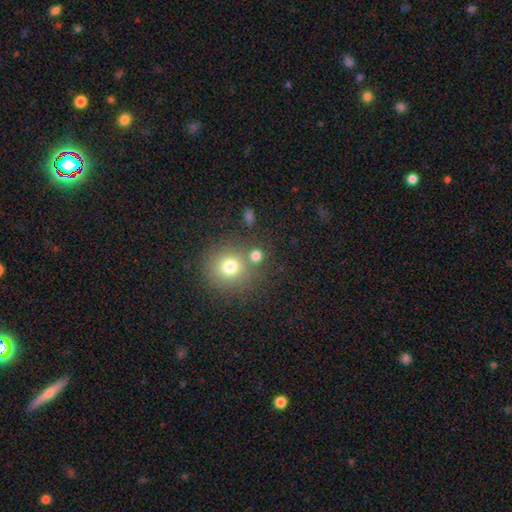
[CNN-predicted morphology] Smooth or featured? Predicted: smooth (p=0.75). How rounded? Predicted: round (p=0.87). Merging? Predicted: none (p=0.66).